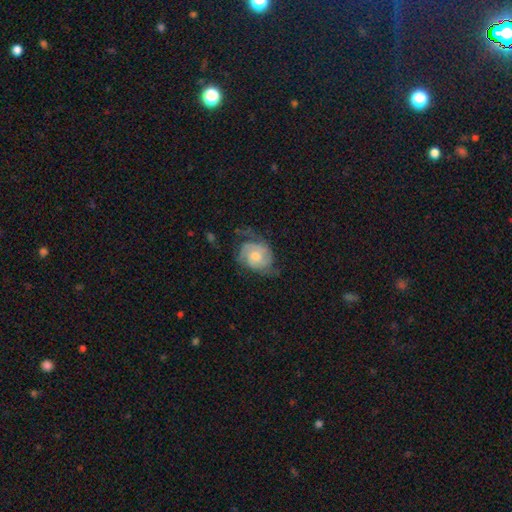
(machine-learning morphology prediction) A featured or disk galaxy (70%) with no bar (71%), 2 (49%) tight (43%) spiral arms (92%) and a moderate central bulge (52%). Merging: none (50%).